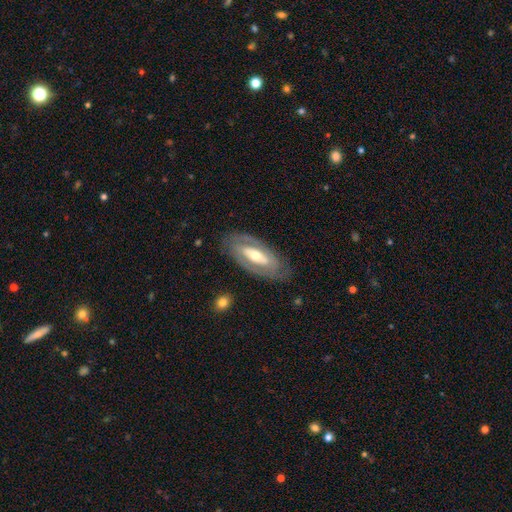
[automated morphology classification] Smooth or featured? Predicted: featured or disk (p=0.71). Edge-on disk? Predicted: no (p=0.86). Bar? Predicted: no (p=0.44). Spiral arms? Predicted: no (p=0.54). Bulge size? Predicted: moderate (p=0.63). Merging? Predicted: none (p=0.80).